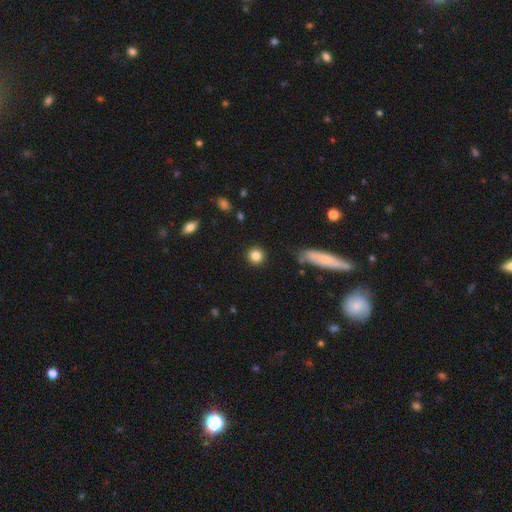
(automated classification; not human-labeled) This is clearly a smooth galaxy (85%). How rounded: clearly round (93%). Merging: clearly none (90%).